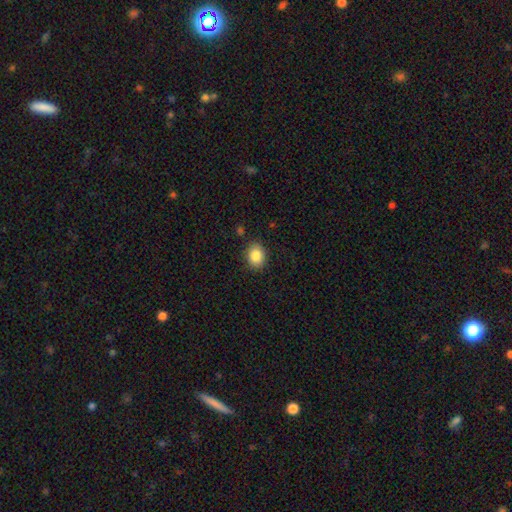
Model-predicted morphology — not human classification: smooth 85%, star or artifact 9%, featured or disk 6%. Down the decision tree: how rounded — in between (55%); merging — none (86%).